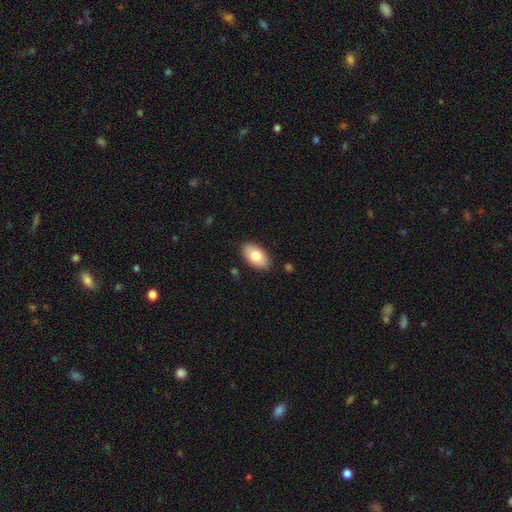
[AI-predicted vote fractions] This is likely a smooth galaxy (78%). How rounded: clearly in between (94%). Merging: clearly none (87%).